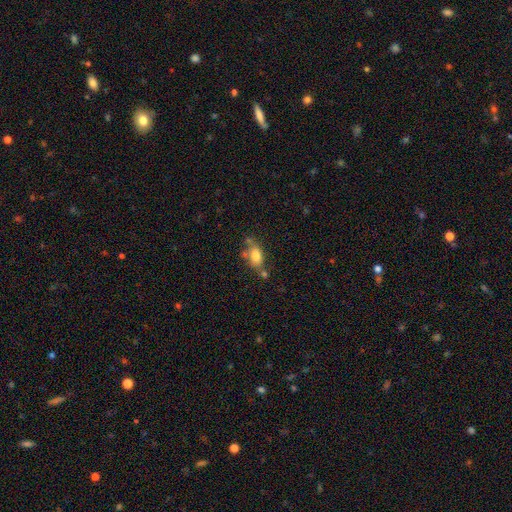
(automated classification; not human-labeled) smooth 74%, featured or disk 16%, star or artifact 9%. Down the decision tree: how rounded — in between (81%); merging — none (52%).